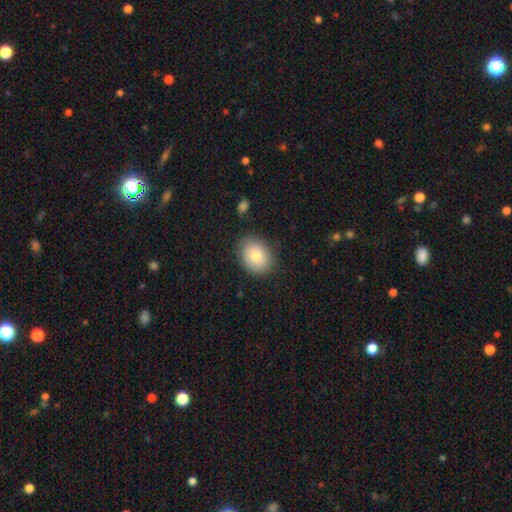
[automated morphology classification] smooth 81%, featured or disk 12%, star or artifact 7%. Down the decision tree: how rounded — in between (54%); merging — none (82%).